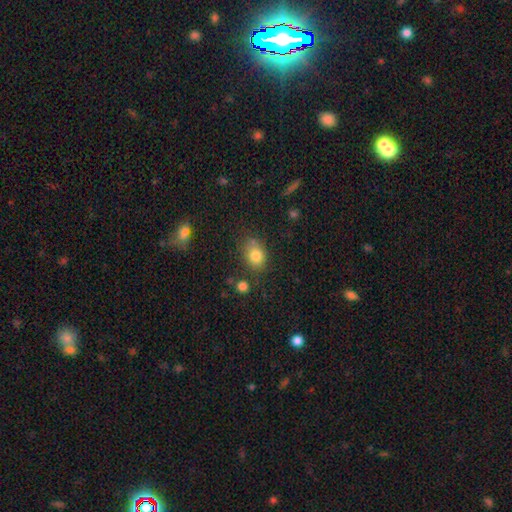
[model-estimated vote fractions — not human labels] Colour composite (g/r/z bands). It shows a smooth galaxy with no disk features (81%) that is in between round and cigar-shaped (55%). Merging: none (68%).